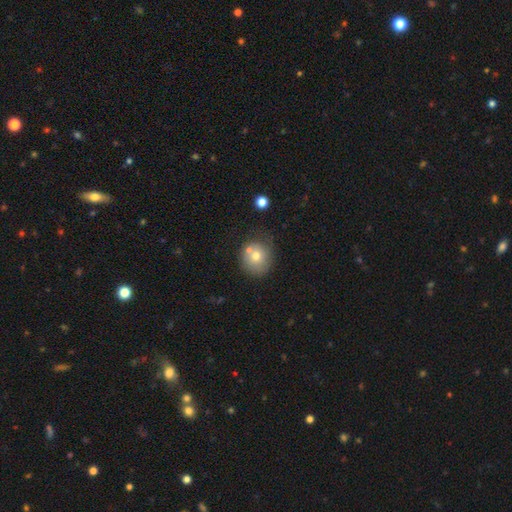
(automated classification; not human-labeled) smooth-or-featured: smooth: 70% | featured or disk: 19% | star or artifact: 11%
  how-rounded: round: 87% | in between: 12% | cigar-shaped: 1%
  merging: none: 59% | merger: 20% | minor disturbance: 16% | major disturbance: 5%